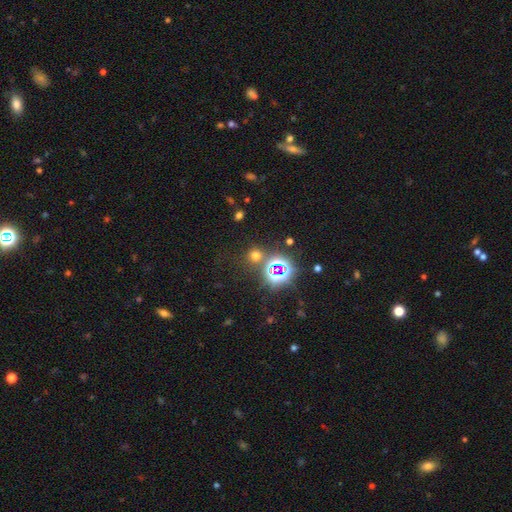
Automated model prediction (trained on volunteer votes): Smooth or featured: smooth — 52% (star or artifact — 41%)
How rounded: round — 88% (in between — 11%)
Merging: none — 79% (minor disturbance — 8%)